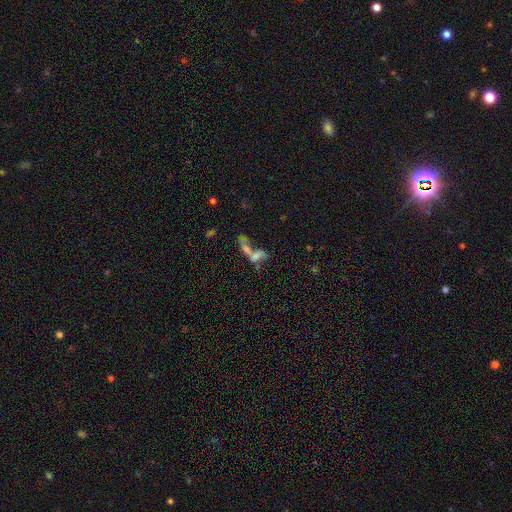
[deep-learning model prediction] Smooth or featured: smooth — 43% (featured or disk — 39%)
Merging: merger — 63% (major disturbance — 16%)